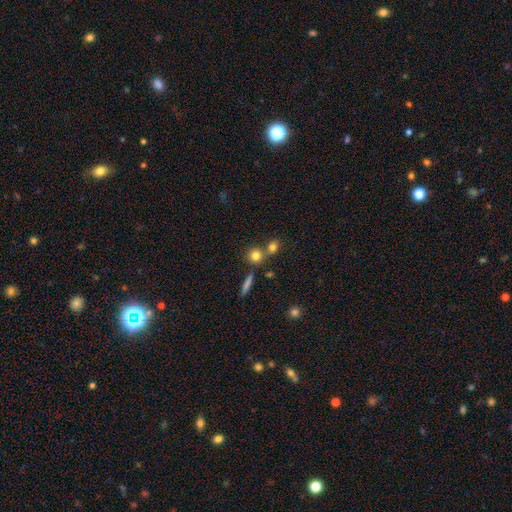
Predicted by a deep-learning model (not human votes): A smooth galaxy with no disk features (79%) that is round (85%).

Vote fractions:
- Smooth or featured? smooth: 79% / star or artifact: 12% / featured or disk: 10%
- How rounded? round: 85% / in between: 12% / cigar-shaped: 3%
- Merging? none: 56% / merger: 33% / minor disturbance: 8% / major disturbance: 3%